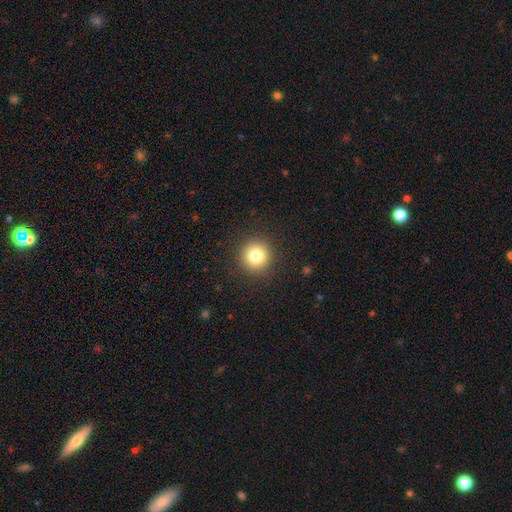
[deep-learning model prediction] Q: Smooth or featured?
A: smooth (81%); runner-up: star or artifact (12%)
Q: How rounded?
A: round (95%); runner-up: in between (4%)
Q: Merging?
A: none (91%); runner-up: minor disturbance (6%)